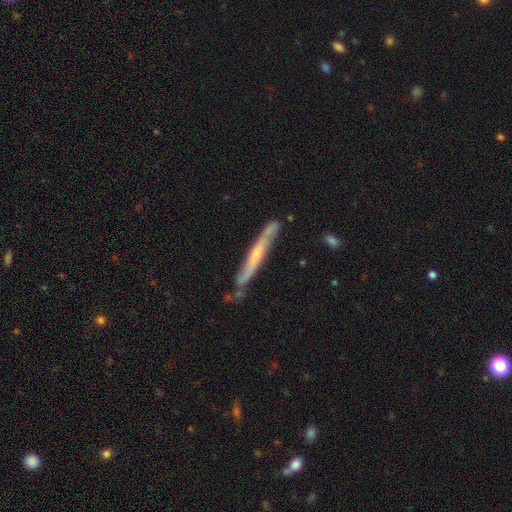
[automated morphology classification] smooth_or_featured: featured or disk (p=0.61) [alt: smooth p=0.33]
disk_edge_on: yes (p=0.81) [alt: no p=0.19]
merging: none (p=0.63) [alt: minor disturbance p=0.25]